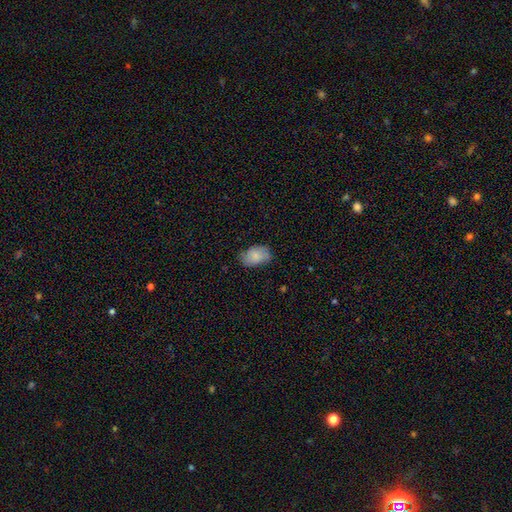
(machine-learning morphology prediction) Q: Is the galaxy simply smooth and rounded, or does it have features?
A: smooth — 79%.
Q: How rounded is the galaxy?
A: in between — 89%.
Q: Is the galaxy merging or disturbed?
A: none — 71%.